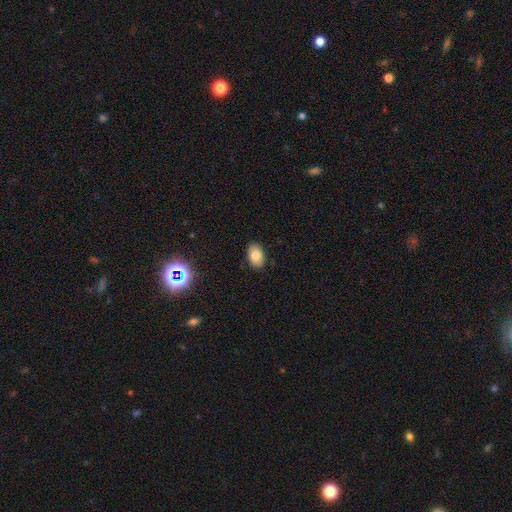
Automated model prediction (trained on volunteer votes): Smooth or featured: smooth — 81% (star or artifact — 10%)
How rounded: in between — 89% (round — 10%)
Merging: none — 88% (minor disturbance — 9%)